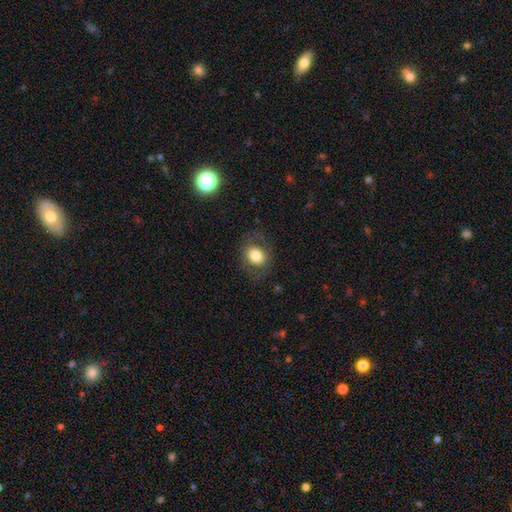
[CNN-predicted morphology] Smooth or featured?
  - smooth: 74% *
  - featured or disk: 18%
  - star or artifact: 9%
How rounded?
  - in between: 53% *
  - round: 46%
  - cigar-shaped: 1%
Merging?
  - none: 76% *
  - minor disturbance: 13%
  - major disturbance: 9%
  - merger: 1%